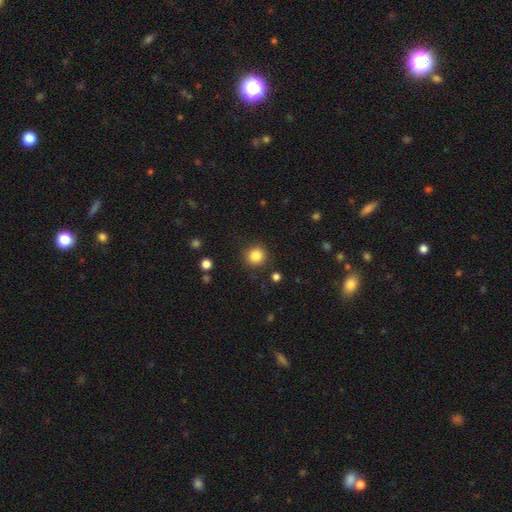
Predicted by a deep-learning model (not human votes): smooth 85%, star or artifact 11%, featured or disk 4%. Down the decision tree: how rounded — round (91%); merging — none (89%).